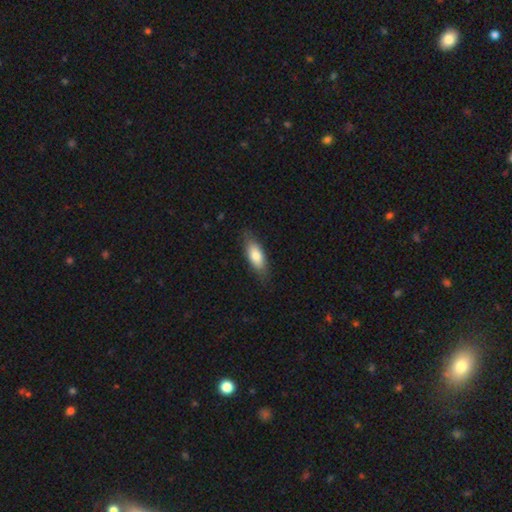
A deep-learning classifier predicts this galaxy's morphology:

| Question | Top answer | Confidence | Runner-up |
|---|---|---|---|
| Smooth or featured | smooth | 77% | featured or disk (17%) |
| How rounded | in between | 74% | cigar-shaped (23%) |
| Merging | none | 80% | minor disturbance (16%) |